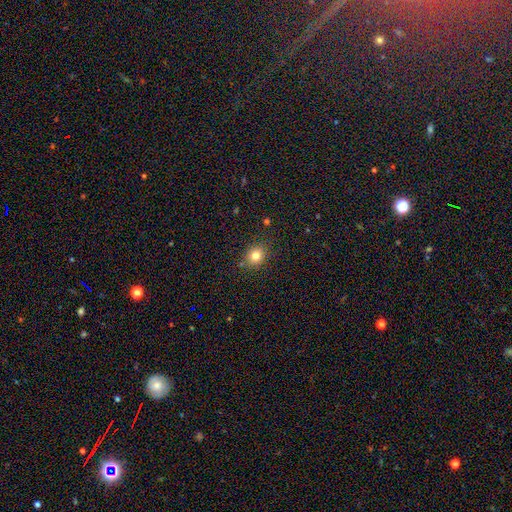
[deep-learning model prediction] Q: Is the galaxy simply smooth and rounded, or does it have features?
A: smooth — 80%.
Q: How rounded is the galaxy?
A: round — 63%.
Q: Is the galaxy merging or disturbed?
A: none — 84%.